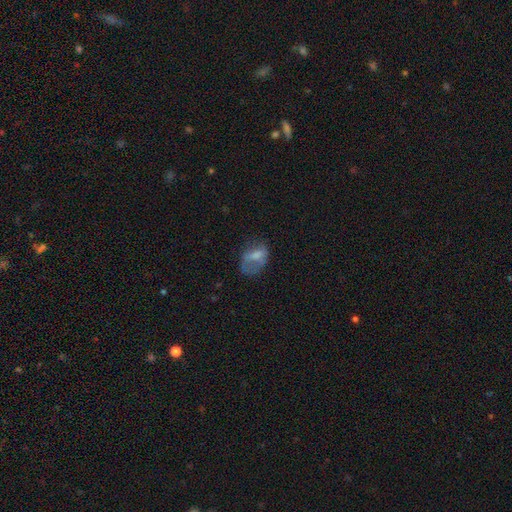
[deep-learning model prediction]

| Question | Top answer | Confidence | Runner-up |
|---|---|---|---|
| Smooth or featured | smooth | 59% | featured or disk (31%) |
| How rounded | in between | 78% | round (20%) |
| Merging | major disturbance | 35% | tied: none (35%) |